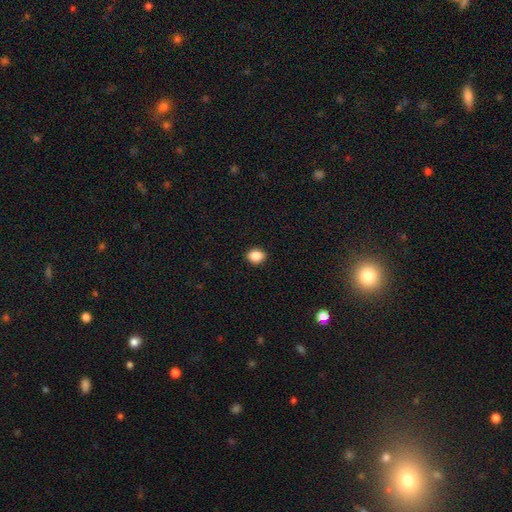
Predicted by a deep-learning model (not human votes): Smooth or featured?
  - smooth: 88% *
  - star or artifact: 9%
  - featured or disk: 3%
How rounded?
  - in between: 51% *
  - round: 48%
  - cigar-shaped: 1%
Merging?
  - none: 90% *
  - minor disturbance: 7%
  - major disturbance: 2%
  - merger: 1%